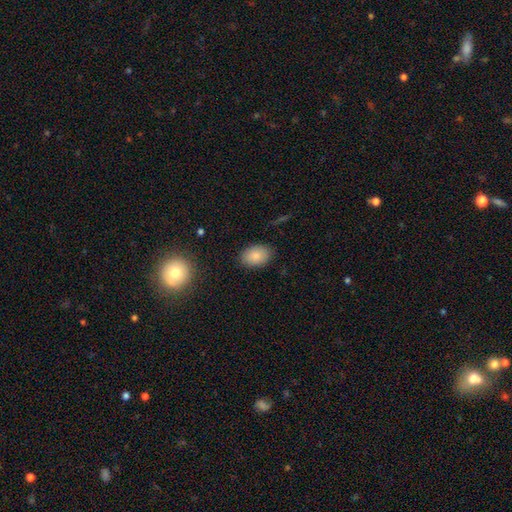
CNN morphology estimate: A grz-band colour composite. It shows a smooth galaxy with no disk features (85%) that is in between round and cigar-shaped (84%). Merging: none (87%).